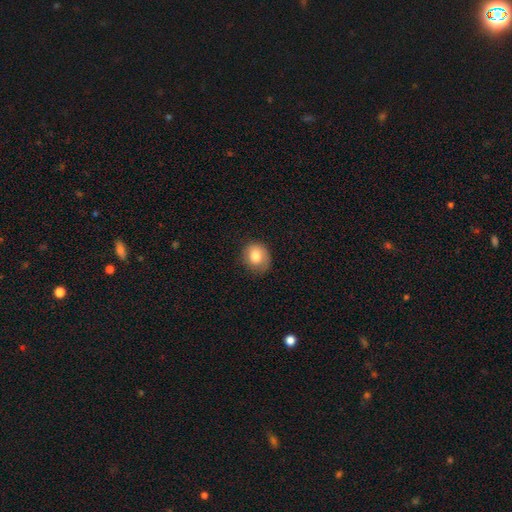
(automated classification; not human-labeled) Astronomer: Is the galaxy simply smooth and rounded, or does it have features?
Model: smooth — 78%.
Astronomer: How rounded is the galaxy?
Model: round — 74%.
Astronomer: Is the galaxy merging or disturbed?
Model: none — 74%.